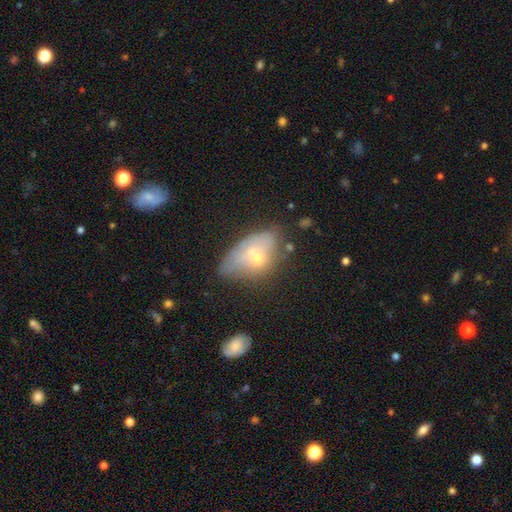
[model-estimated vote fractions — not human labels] This is possibly a smooth galaxy (53%). How rounded: clearly in between (85%). Merging: marginally minor disturbance (28%).